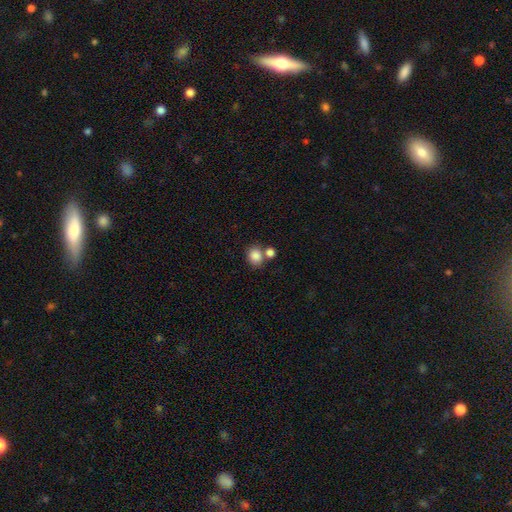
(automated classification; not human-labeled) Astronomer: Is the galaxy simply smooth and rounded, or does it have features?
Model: smooth — 85%.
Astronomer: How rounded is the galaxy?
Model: round — 71%.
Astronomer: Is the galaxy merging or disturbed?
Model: none — 56% (runner-up: merger, 31%).